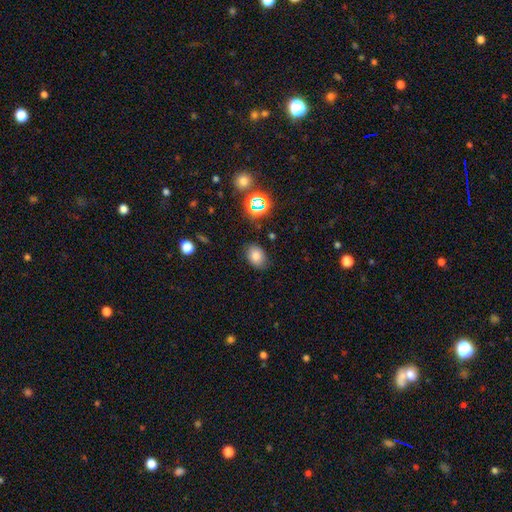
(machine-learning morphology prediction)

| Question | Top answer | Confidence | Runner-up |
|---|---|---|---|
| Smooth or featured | smooth | 77% | star or artifact (15%) |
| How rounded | in between | 69% | round (30%) |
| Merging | none | 82% | minor disturbance (13%) |